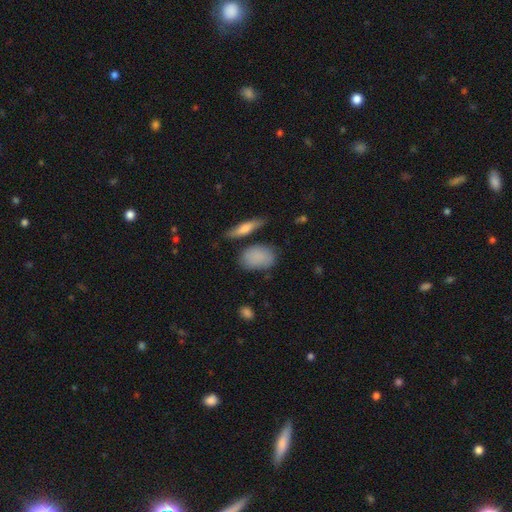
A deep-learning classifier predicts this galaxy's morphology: Overall: smooth (83%). How rounded: in between (83%). Merging: none (68%).